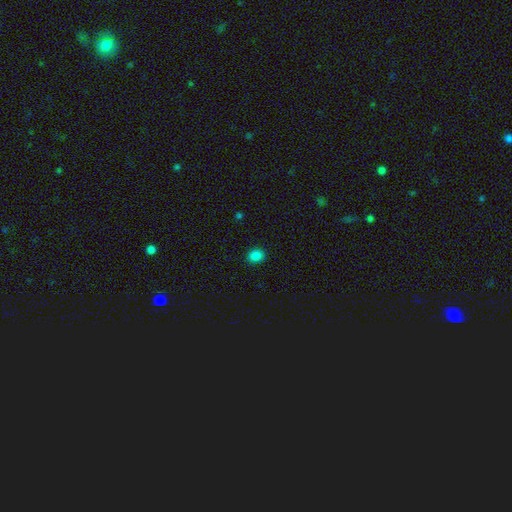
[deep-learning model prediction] Smooth or featured? smooth (84%)
How rounded? round (58%)
Merging? none (90%)